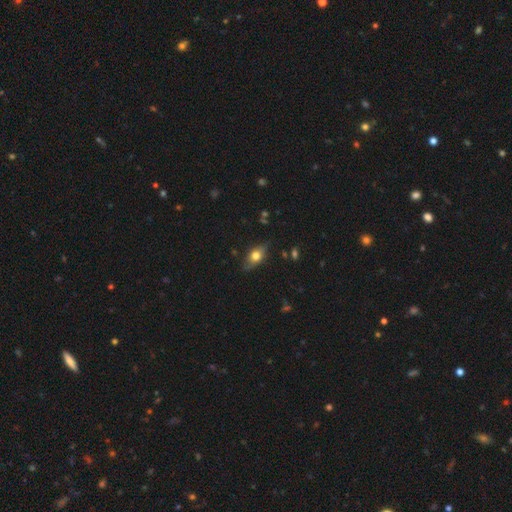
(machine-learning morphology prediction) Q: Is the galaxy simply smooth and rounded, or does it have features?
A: smooth — 62%.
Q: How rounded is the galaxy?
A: in between — 77%.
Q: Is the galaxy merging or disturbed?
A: none — 77%.